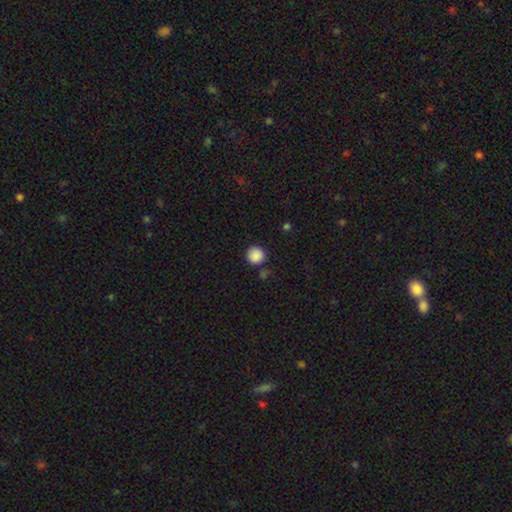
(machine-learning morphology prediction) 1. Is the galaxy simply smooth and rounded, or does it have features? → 88% smooth, 9% star or artifact, 3% featured or disk.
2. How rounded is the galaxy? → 94% round, 5% in between, 1% cigar-shaped.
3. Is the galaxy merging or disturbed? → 84% none, 9% minor disturbance, 4% merger, 3% major disturbance.